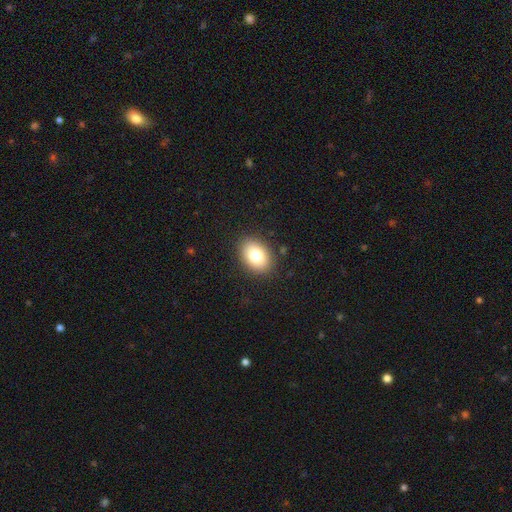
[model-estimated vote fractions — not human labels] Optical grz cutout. It shows a smooth galaxy with no disk features (80%) that is in between round and cigar-shaped (75%). Merging: none (87%).